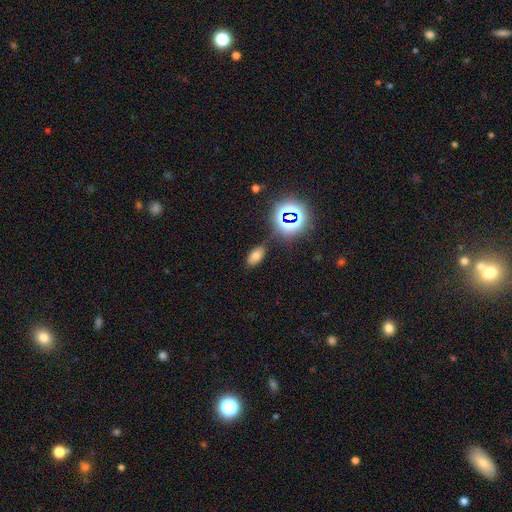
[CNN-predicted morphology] smooth 65%, star or artifact 24%, featured or disk 11%. Down the decision tree: how rounded — in between (90%); merging — none (79%).